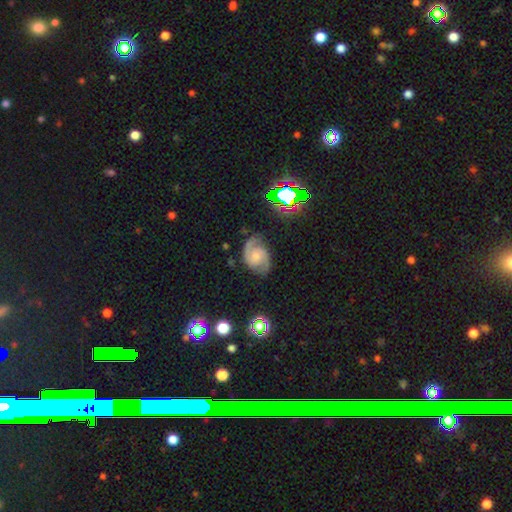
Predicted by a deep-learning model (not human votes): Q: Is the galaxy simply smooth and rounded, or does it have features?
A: featured or disk — 85%.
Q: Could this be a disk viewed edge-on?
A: no — 98%.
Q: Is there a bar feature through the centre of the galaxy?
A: no — 61%.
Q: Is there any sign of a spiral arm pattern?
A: yes — 98%.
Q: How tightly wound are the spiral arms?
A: medium — 54%.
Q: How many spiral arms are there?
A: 2 — 91%.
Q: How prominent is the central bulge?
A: small — 45%.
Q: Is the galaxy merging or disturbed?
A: none — 76%.